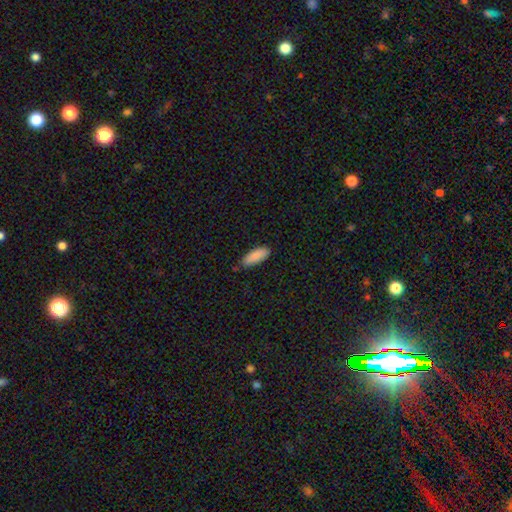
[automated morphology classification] A smooth galaxy with no disk features (89%) that is in between round and cigar-shaped (71%).

Vote fractions:
- Smooth or featured? smooth: 89% / star or artifact: 6% / featured or disk: 5%
- How rounded? in between: 71% / cigar-shaped: 28% / round: 2%
- Merging? none: 81% / minor disturbance: 15% / major disturbance: 2% / merger: 2%